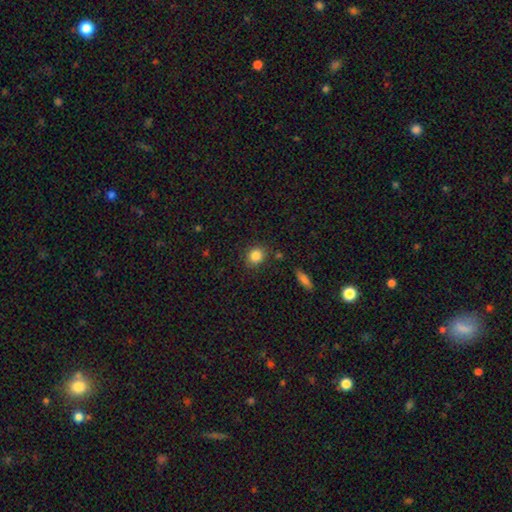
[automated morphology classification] Q: Smooth or featured?
A: smooth (85%); runner-up: star or artifact (9%)
Q: How rounded?
A: round (73%); runner-up: in between (26%)
Q: Merging?
A: none (83%); runner-up: minor disturbance (10%)